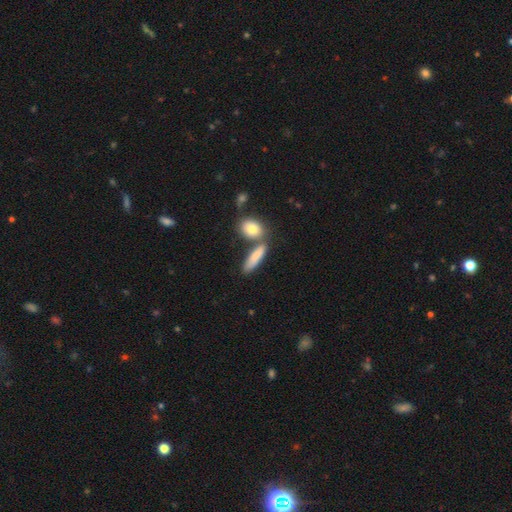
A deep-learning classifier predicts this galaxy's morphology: Smooth or featured: smooth — 77% (featured or disk — 15%)
How rounded: cigar-shaped — 49% (in between — 43%)
Merging: none — 60% (merger — 23%)